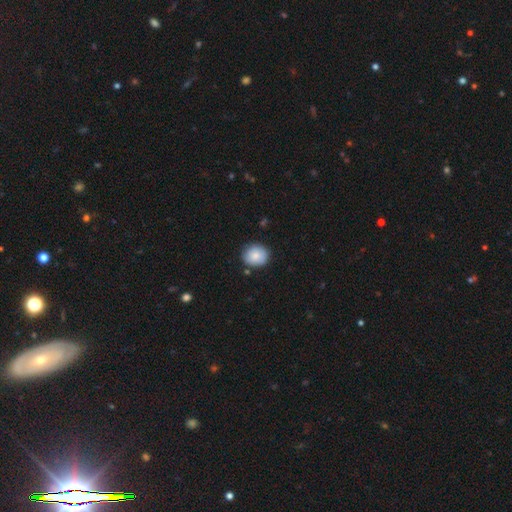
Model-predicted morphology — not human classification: A smooth galaxy with no disk features (84%) that is round (77%).

Vote fractions:
- Smooth or featured? smooth: 84% / featured or disk: 8% / star or artifact: 8%
- How rounded? round: 77% / in between: 22% / cigar-shaped: 1%
- Merging? none: 83% / minor disturbance: 12% / merger: 3% / major disturbance: 2%